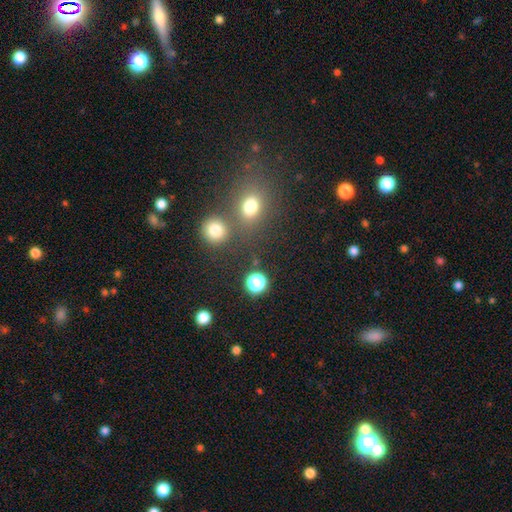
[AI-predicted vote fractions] Q: Smooth or featured?
A: smooth (49%); runner-up: star or artifact (41%)
Q: Merging?
A: none (69%); runner-up: merger (19%)